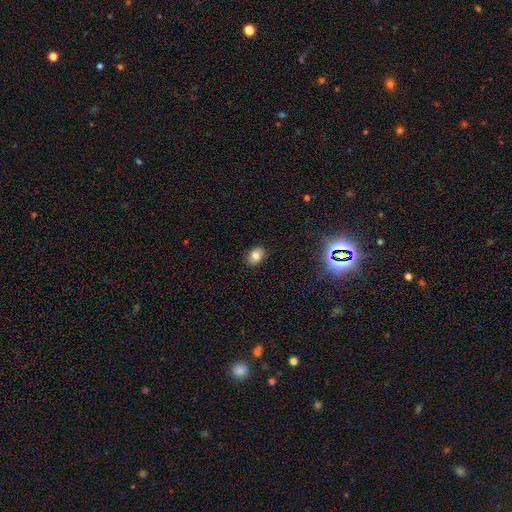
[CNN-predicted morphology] This appears to be a smooth galaxy with no disk features (79%) that is in between round and cigar-shaped (69%). Merging: none (86%).